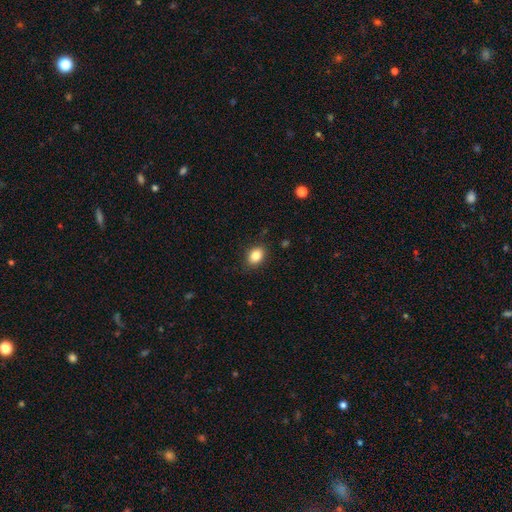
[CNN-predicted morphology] Smooth or featured? smooth (86%)
How rounded? in between (68%)
Merging? none (86%)